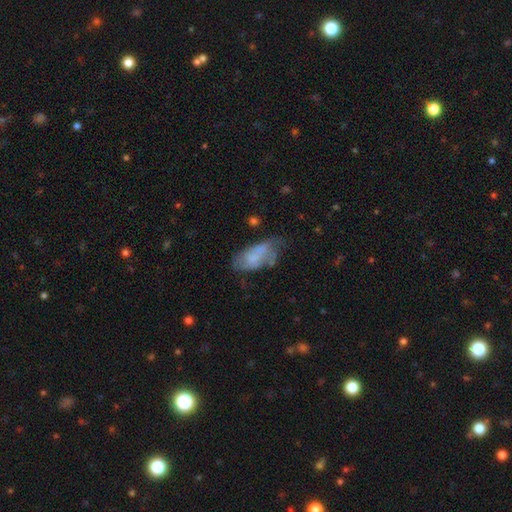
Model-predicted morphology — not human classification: The model was most divided on "merging": none: 35%, minor disturbance: 34%, major disturbance: 23%, merger: 9%. More confident: how rounded — in between (89%); smooth or featured — smooth (62%).